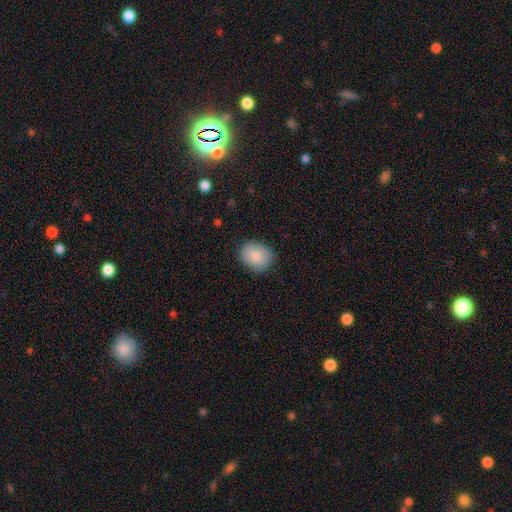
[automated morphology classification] Q: Smooth or featured?
A: smooth (87%); runner-up: star or artifact (7%)
Q: How rounded?
A: round (51%); runner-up: in between (48%)
Q: Merging?
A: none (82%); runner-up: minor disturbance (13%)